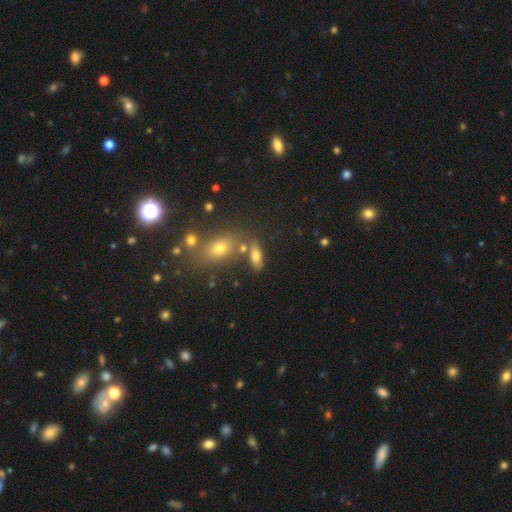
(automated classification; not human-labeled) Q: Smooth or featured?
A: smooth (74%); runner-up: featured or disk (14%)
Q: How rounded?
A: in between (73%); runner-up: cigar-shaped (19%)
Q: Merging?
A: none (64%); runner-up: merger (18%)